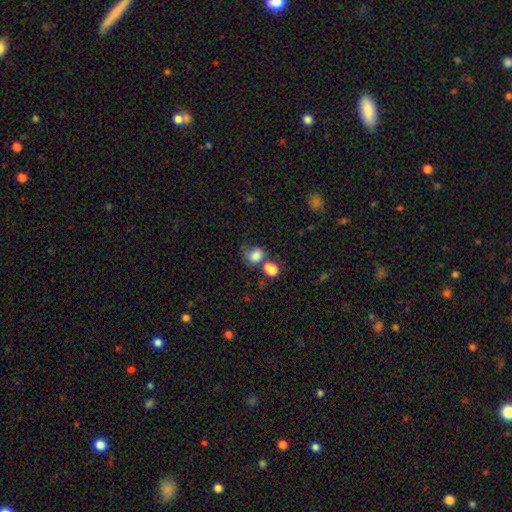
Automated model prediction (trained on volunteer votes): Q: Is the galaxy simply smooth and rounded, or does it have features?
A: smooth — 79%.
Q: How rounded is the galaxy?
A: round — 55%.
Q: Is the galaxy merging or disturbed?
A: merger — 46%.